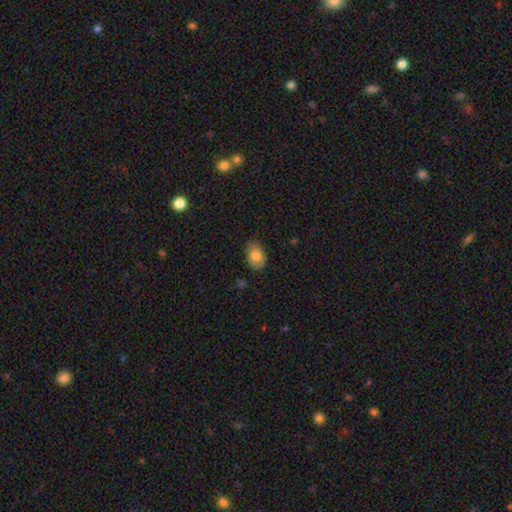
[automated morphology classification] Smooth or featured? smooth (82%)
How rounded? in between (79%)
Merging? none (78%)